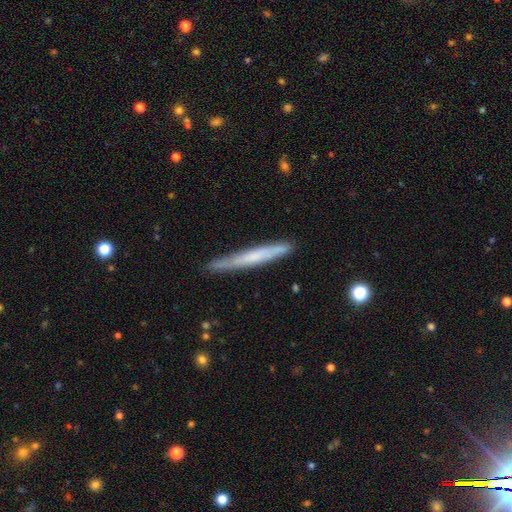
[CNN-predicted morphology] Smooth or featured? smooth (49%)
Merging? none (82%)